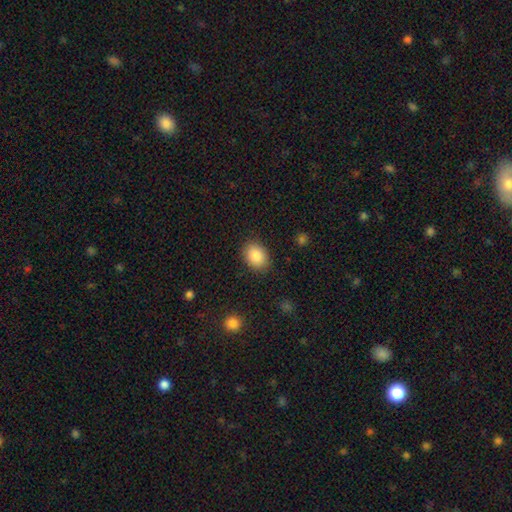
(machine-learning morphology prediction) This appears to be a smooth galaxy with no disk features (88%) that is in between round and cigar-shaped (67%). Merging: none (87%).